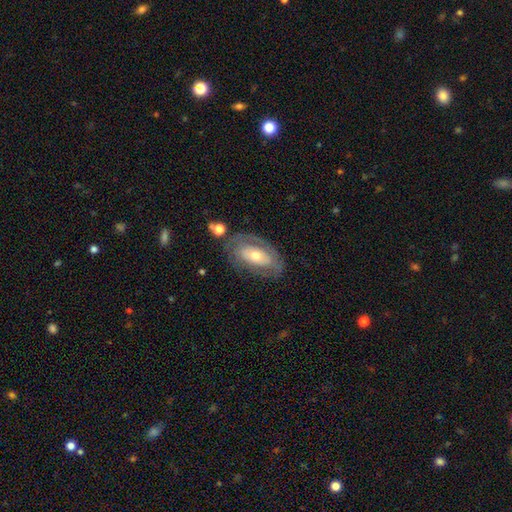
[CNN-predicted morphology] Smooth or featured?
  - featured or disk: 62% *
  - smooth: 32%
  - star or artifact: 6%
Edge-on disk?
  - no: 90% *
  - yes: 10%
Bar?
  - no: 73% *
  - weak: 18%
  - strong: 9%
Spiral arms?
  - no: 55% *
  - yes: 45%
Bulge size?
  - moderate: 63% *
  - small: 27%
  - large: 7%
  - dominant: 1%
  - none: 1%
Merging?
  - none: 68% *
  - minor disturbance: 18%
  - major disturbance: 11%
  - merger: 4%